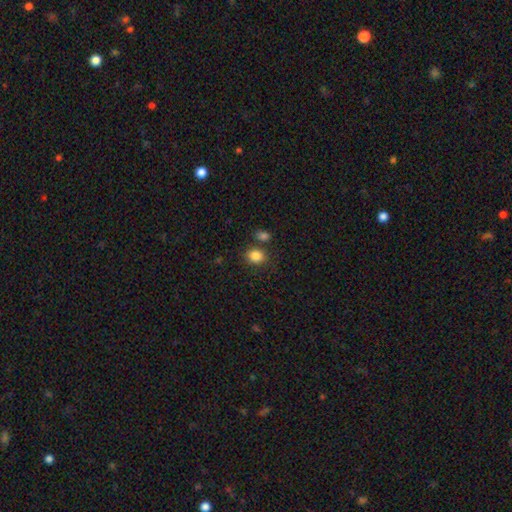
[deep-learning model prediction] Smooth or featured? smooth (86%)
How rounded? round (55%)
Merging? none (72%)